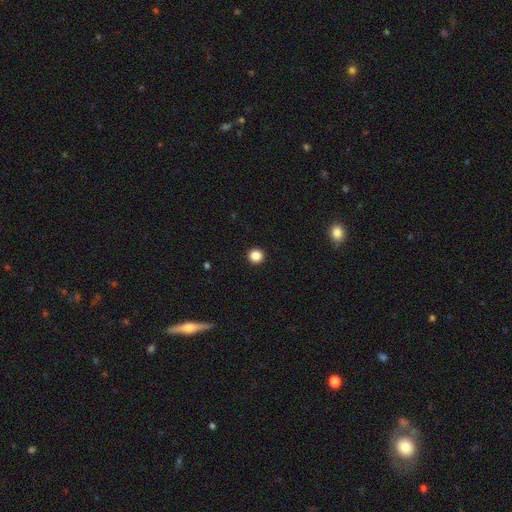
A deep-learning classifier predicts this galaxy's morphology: Q: Smooth or featured?
A: smooth (86%); runner-up: star or artifact (11%)
Q: How rounded?
A: round (96%); runner-up: in between (3%)
Q: Merging?
A: none (94%); runner-up: minor disturbance (4%)